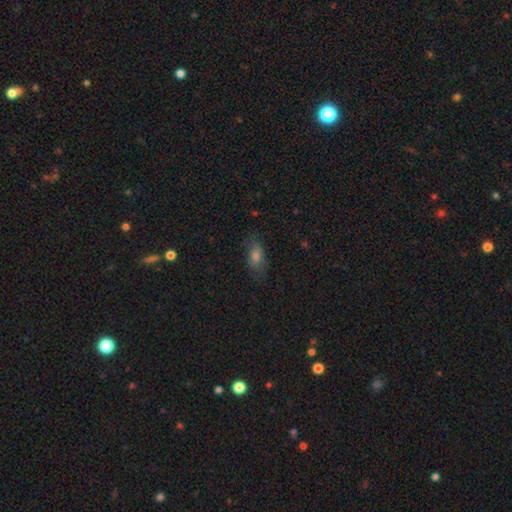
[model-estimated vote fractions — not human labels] A smooth galaxy with no disk features (54%) that is in between round and cigar-shaped (75%).

Vote fractions:
- Smooth or featured? smooth: 54% / featured or disk: 27% / star or artifact: 19%
- How rounded? in between: 75% / cigar-shaped: 17% / round: 8%
- Merging? none: 76% / minor disturbance: 16% / major disturbance: 6% / merger: 1%